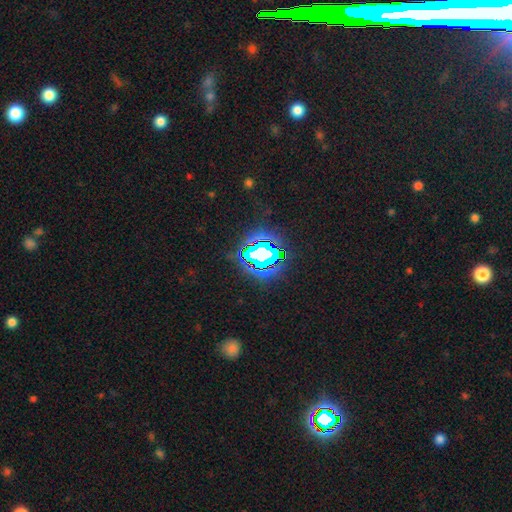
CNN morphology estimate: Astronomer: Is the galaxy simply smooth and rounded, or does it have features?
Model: star or artifact — 79%.